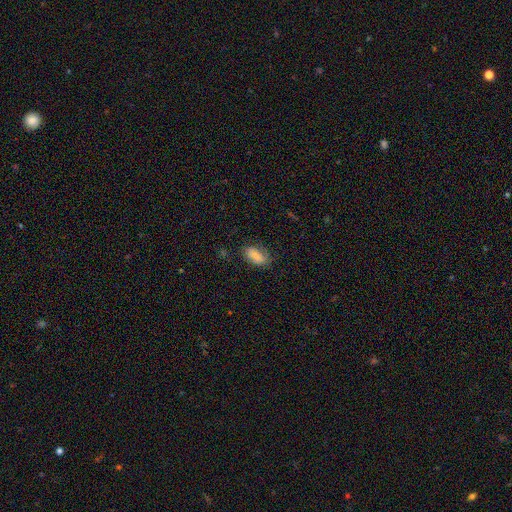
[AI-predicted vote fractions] smooth-or-featured: smooth: 74% | featured or disk: 18% | star or artifact: 8%
  how-rounded: in between: 89% | cigar-shaped: 7% | round: 4%
  merging: none: 73% | minor disturbance: 20% | major disturbance: 6% | merger: 1%